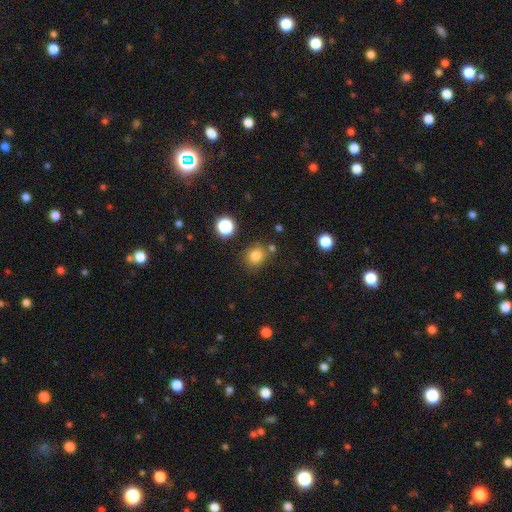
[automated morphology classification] smooth-or-featured: smooth: 79% | star or artifact: 15% | featured or disk: 7%
  how-rounded: round: 74% | in between: 25% | cigar-shaped: 1%
  merging: none: 75% | minor disturbance: 13% | merger: 7% | major disturbance: 4%